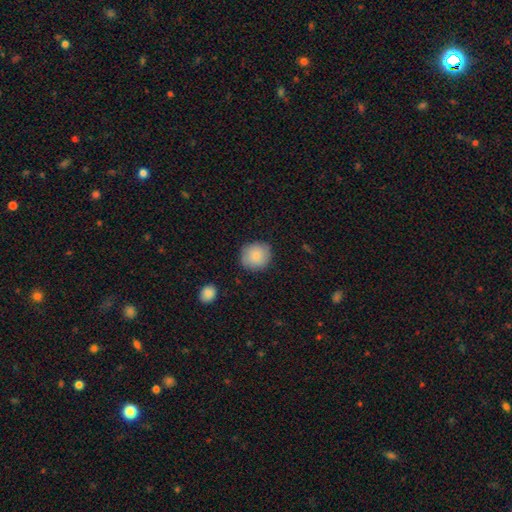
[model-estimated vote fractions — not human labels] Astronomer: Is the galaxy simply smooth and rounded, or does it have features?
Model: smooth — 82%.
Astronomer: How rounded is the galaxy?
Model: round — 88%.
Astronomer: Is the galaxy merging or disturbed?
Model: none — 83%.